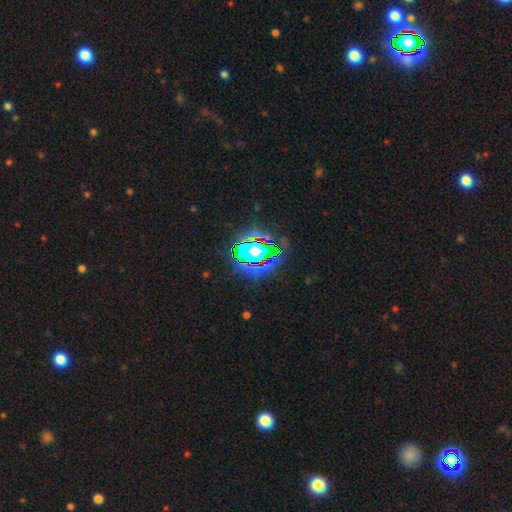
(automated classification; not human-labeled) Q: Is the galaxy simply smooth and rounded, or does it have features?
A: star or artifact — 72%.